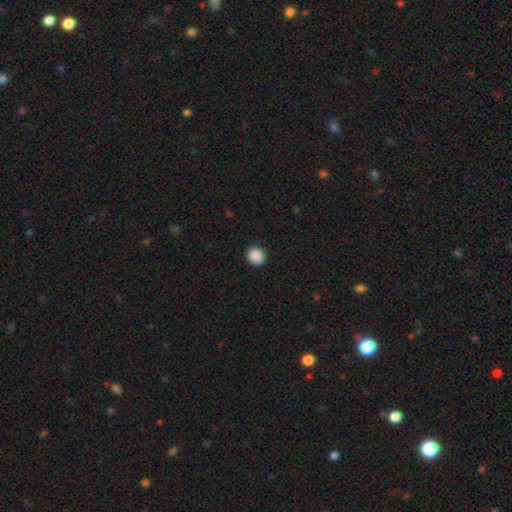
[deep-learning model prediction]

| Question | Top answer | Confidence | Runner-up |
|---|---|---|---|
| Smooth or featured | smooth | 89% | star or artifact (8%) |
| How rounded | round | 78% | in between (21%) |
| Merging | none | 91% | minor disturbance (6%) |